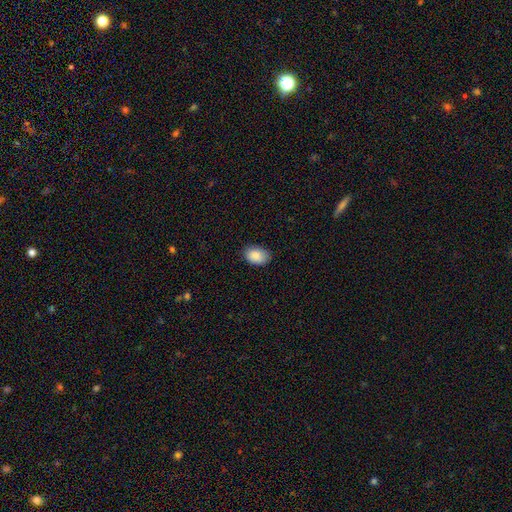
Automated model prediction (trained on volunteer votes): A smooth galaxy with no disk features (88%) that is in between round and cigar-shaped (86%). Merging: none (79%).